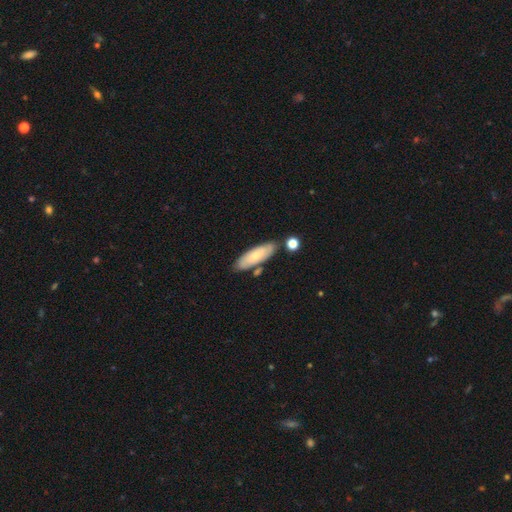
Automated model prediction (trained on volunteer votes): A smooth galaxy with no disk features (68%) that is in between round and cigar-shaped (53%). Merging: none (75%).